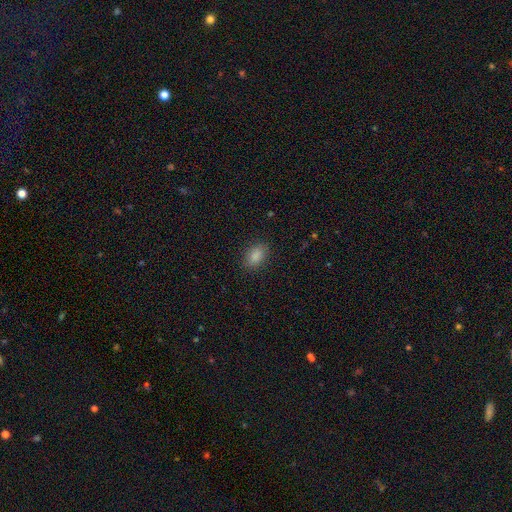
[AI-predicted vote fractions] smooth_or_featured: smooth (p=0.87) [alt: star or artifact p=0.09]
how_rounded: in between (p=0.88) [alt: round p=0.10]
merging: none (p=0.87) [alt: minor disturbance p=0.09]